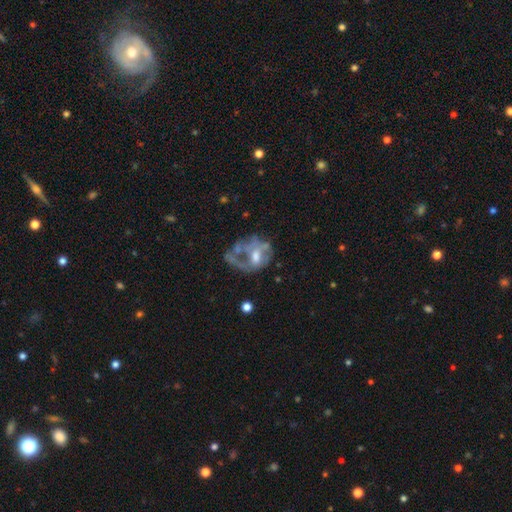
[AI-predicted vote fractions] Q: Smooth or featured?
A: featured or disk (67%); runner-up: smooth (24%)
Q: Edge-on disk?
A: no (97%); runner-up: yes (3%)
Q: Bar?
A: no (66%); runner-up: weak (28%)
Q: Spiral arms?
A: no (60%); runner-up: yes (40%)
Q: Bulge size?
A: moderate (57%); runner-up: small (21%)
Q: Merging?
A: major disturbance (44%); runner-up: none (28%)